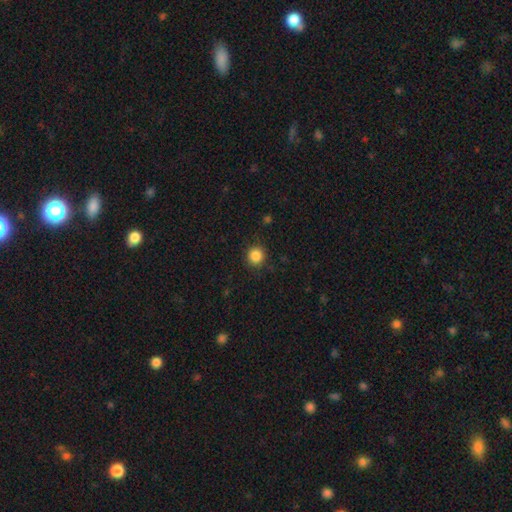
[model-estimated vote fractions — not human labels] This is clearly a smooth galaxy (86%). How rounded: clearly round (92%). Merging: clearly none (89%).